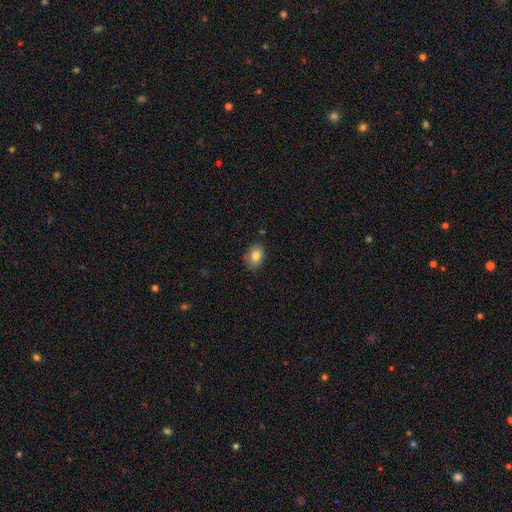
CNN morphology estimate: smooth 82%, star or artifact 9%, featured or disk 9%. Down the decision tree: how rounded — in between (67%); merging — none (81%).